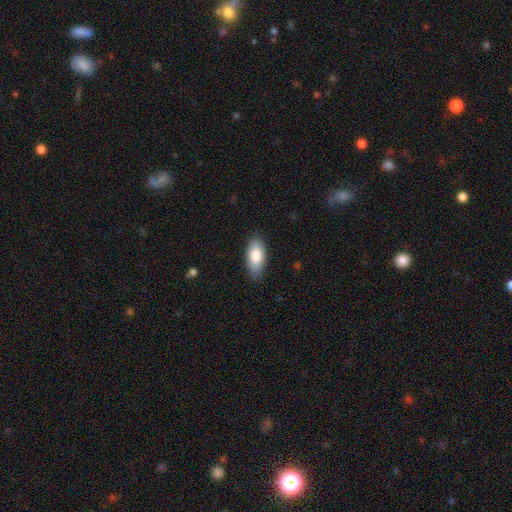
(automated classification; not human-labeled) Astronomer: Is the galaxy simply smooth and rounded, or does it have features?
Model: smooth — 83%.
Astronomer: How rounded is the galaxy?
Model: in between — 90%.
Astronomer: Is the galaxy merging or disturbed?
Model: none — 85%.